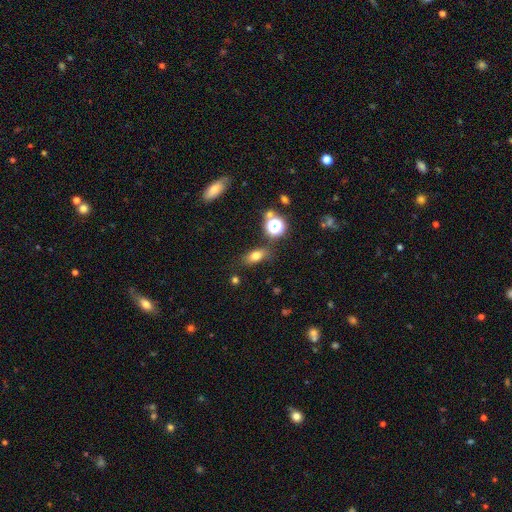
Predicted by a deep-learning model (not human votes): Morphology: type=smooth (72%); roundness=in between (74%); merging=none (80%).